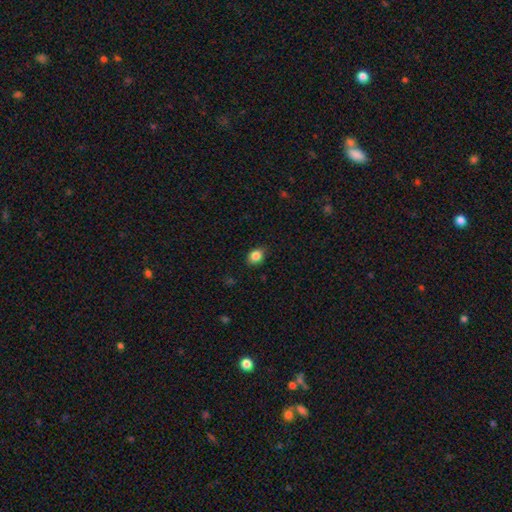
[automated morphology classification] Smooth or featured? Predicted: smooth (p=0.85). How rounded? Predicted: round (p=0.52). Merging? Predicted: none (p=0.85).